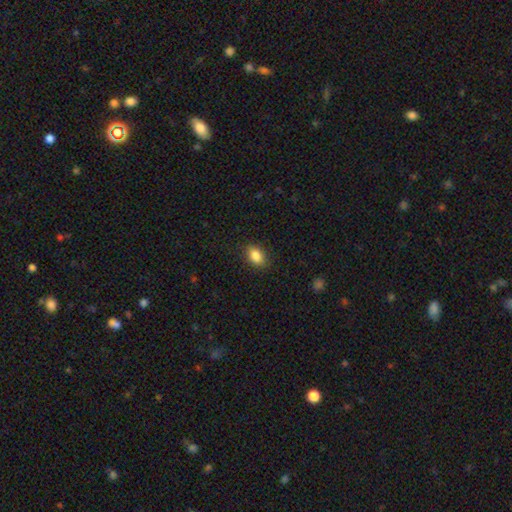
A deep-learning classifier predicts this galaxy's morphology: The model was most divided on "how rounded": in between: 82%, round: 16%, cigar-shaped: 2%. More confident: smooth or featured — smooth (86%); merging — none (85%).